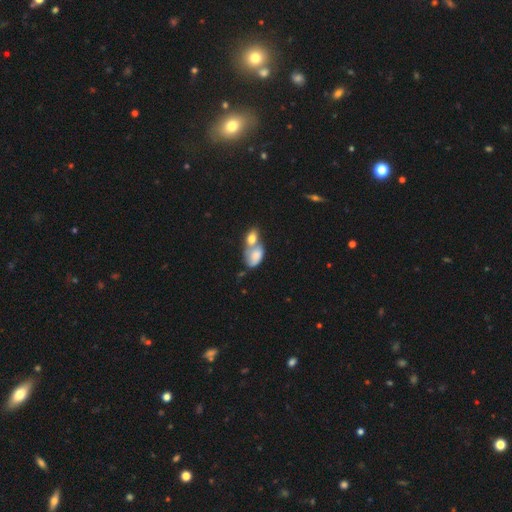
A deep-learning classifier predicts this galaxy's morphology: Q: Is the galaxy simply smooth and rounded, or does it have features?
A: smooth — 72%.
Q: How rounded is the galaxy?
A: in between — 88%.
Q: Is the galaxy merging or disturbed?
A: merger — 71%.